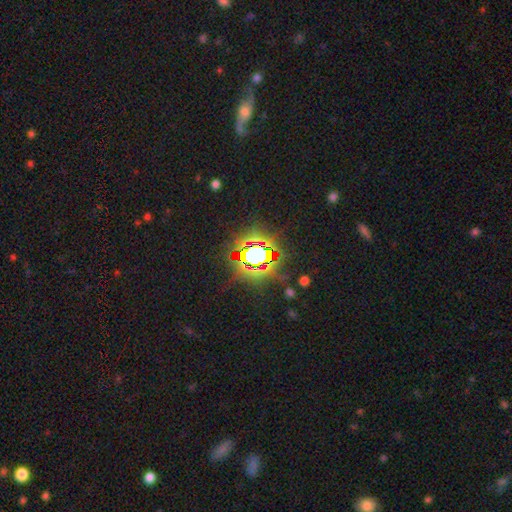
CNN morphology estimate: A star or artifact, not a galaxy (76%).